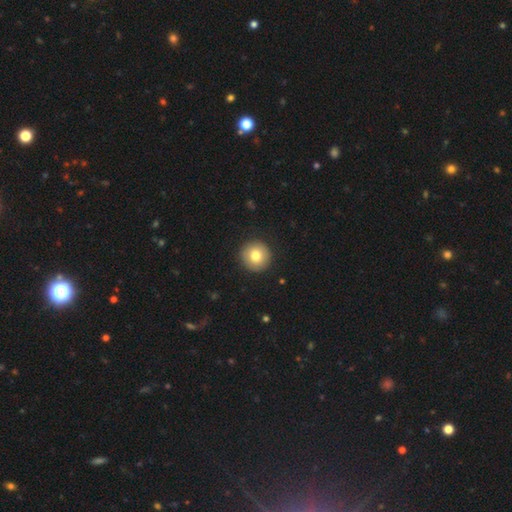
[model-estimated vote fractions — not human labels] The model was most divided on "smooth or featured": smooth: 78%, featured or disk: 14%, star or artifact: 8%. More confident: how rounded — round (95%); merging — none (92%).